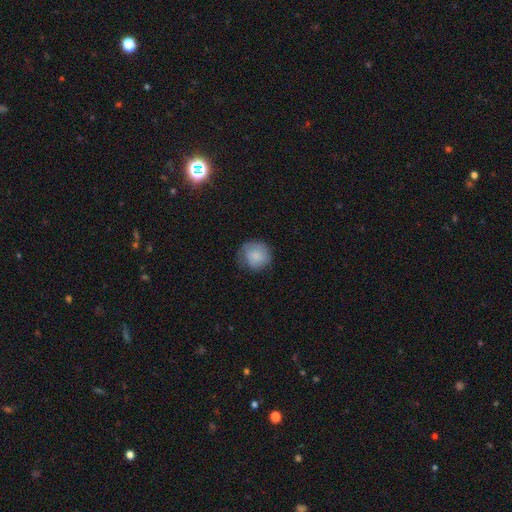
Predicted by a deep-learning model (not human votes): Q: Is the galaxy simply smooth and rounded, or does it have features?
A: smooth — 81%.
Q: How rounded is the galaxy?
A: round — 90%.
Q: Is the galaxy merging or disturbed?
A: none — 68%.